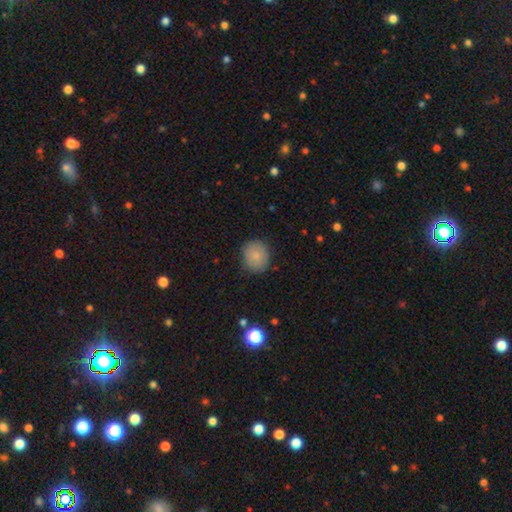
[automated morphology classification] Smooth or featured: smooth — 83% (featured or disk — 9%)
How rounded: round — 75% (in between — 24%)
Merging: none — 82% (minor disturbance — 13%)